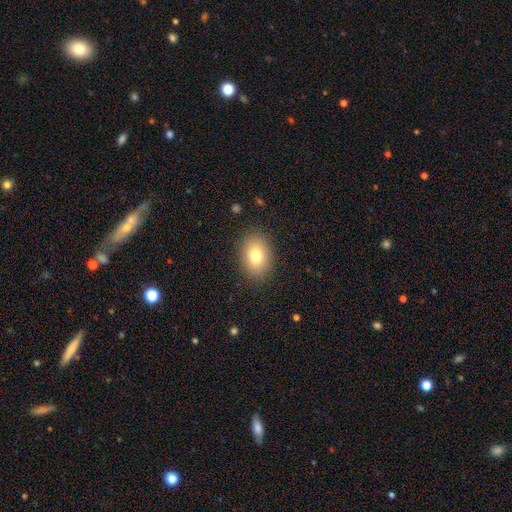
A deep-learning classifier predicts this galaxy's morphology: type=smooth (79%); roundness=in between (78%); merging=none (87%).